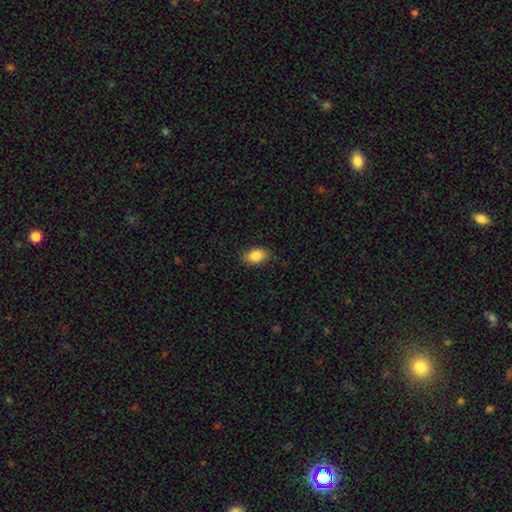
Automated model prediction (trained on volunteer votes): Smooth or featured? Predicted: smooth (p=0.86). How rounded? Predicted: in between (p=0.87). Merging? Predicted: none (p=0.85).